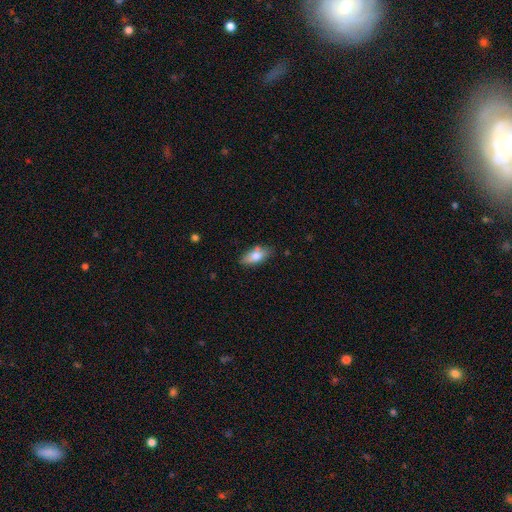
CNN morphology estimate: A smooth galaxy with no disk features (74%) that is in between round and cigar-shaped (82%).

Vote fractions:
- Smooth or featured? smooth: 74% / featured or disk: 18% / star or artifact: 7%
- How rounded? in between: 82% / cigar-shaped: 15% / round: 3%
- Merging? none: 74% / minor disturbance: 19% / merger: 4% / major disturbance: 3%